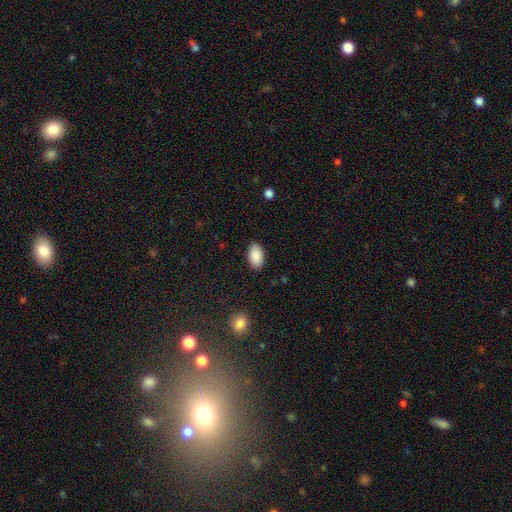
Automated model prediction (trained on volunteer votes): This appears to be a smooth galaxy with no disk features (90%) that is in between round and cigar-shaped (94%). Merging: none (88%).